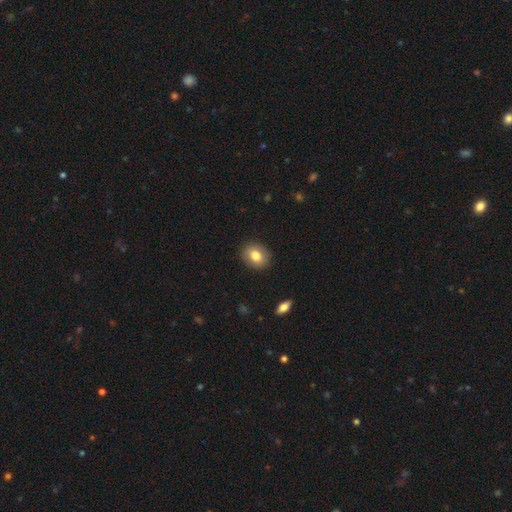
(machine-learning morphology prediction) smooth_or_featured: smooth (p=0.80) [alt: featured or disk p=0.11]
how_rounded: in between (p=0.50) [alt: round p=0.49]
merging: none (p=0.89) [alt: minor disturbance p=0.07]